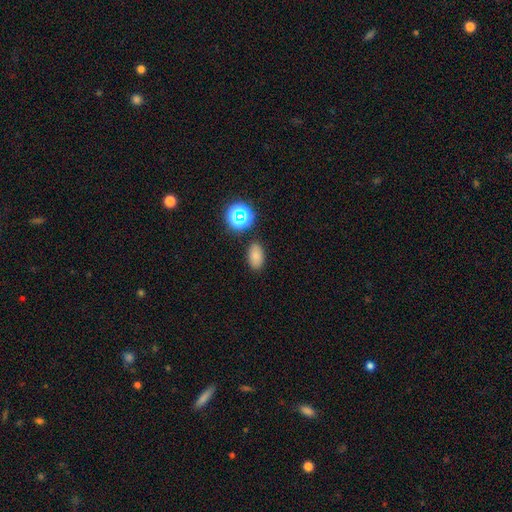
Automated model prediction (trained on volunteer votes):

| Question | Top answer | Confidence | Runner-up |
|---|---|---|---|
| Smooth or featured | smooth | 76% | star or artifact (15%) |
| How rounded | in between | 88% | round (10%) |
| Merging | none | 85% | minor disturbance (9%) |